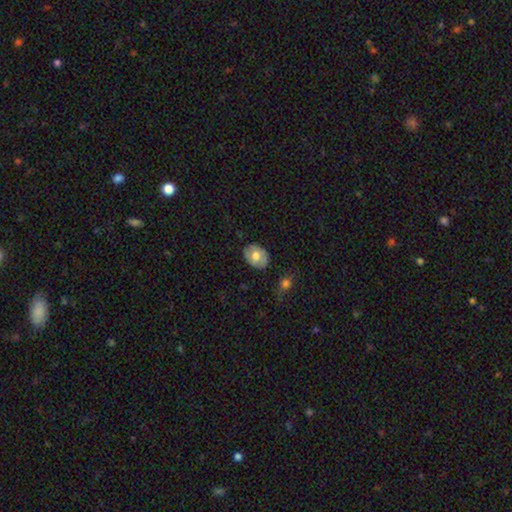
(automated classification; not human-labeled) The model was most divided on "how rounded": in between: 64%, round: 35%, cigar-shaped: 1%. More confident: merging — none (81%); smooth or featured — smooth (66%).